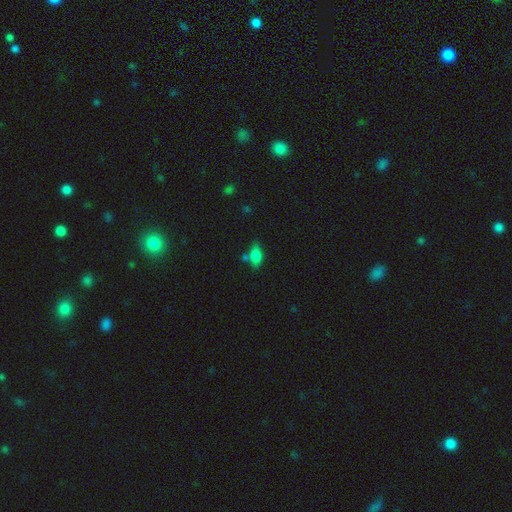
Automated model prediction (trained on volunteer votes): Smooth or featured? Predicted: smooth (p=0.76). How rounded? Predicted: in between (p=0.83). Merging? Predicted: none (p=0.57).